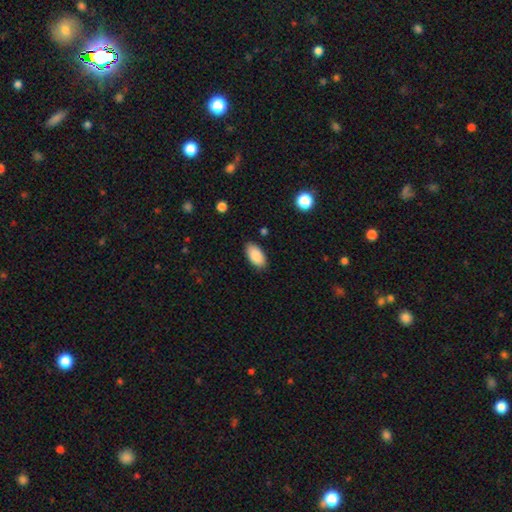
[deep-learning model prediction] This appears to be a smooth galaxy with no disk features (89%) that is in between round and cigar-shaped (94%). Merging: none (86%).